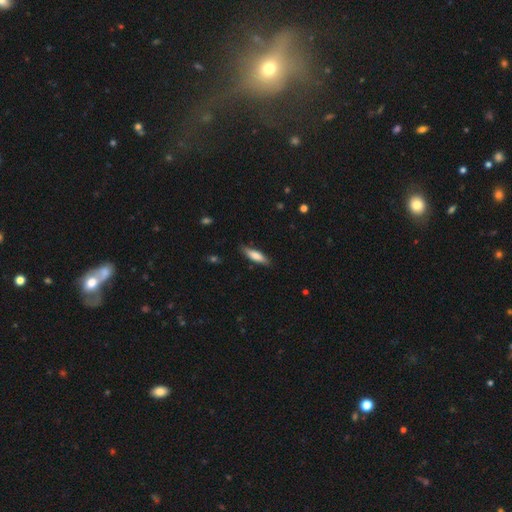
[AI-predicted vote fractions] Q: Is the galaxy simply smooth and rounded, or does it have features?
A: smooth — 75%.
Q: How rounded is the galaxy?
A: cigar-shaped — 65%.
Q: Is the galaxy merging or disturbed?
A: none — 84%.